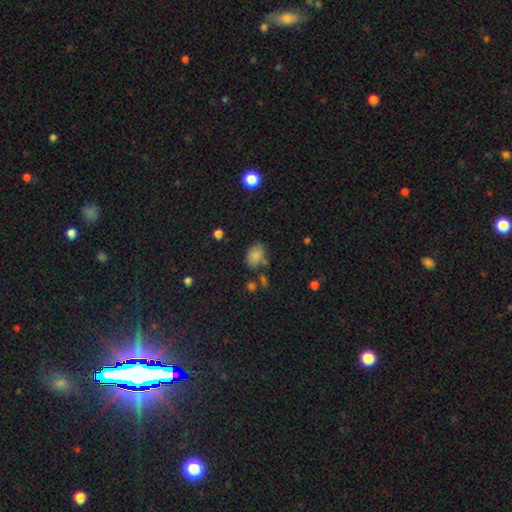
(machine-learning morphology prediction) The model was most divided on "how rounded": in between: 71%, round: 28%, cigar-shaped: 1%. More confident: smooth or featured — smooth (82%); merging — none (67%).